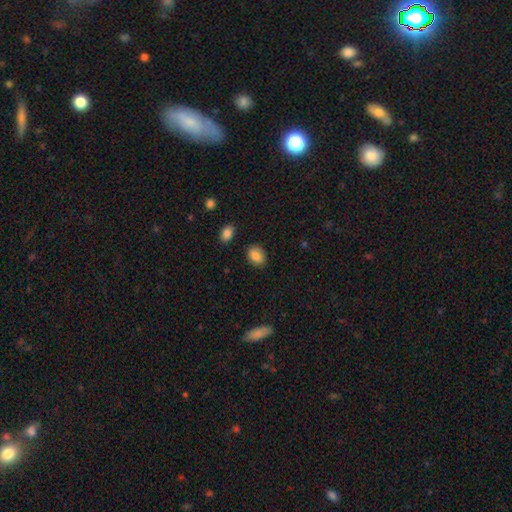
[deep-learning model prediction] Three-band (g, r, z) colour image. It shows a smooth galaxy with no disk features (86%) that is in between round and cigar-shaped (71%). Merging: none (86%).